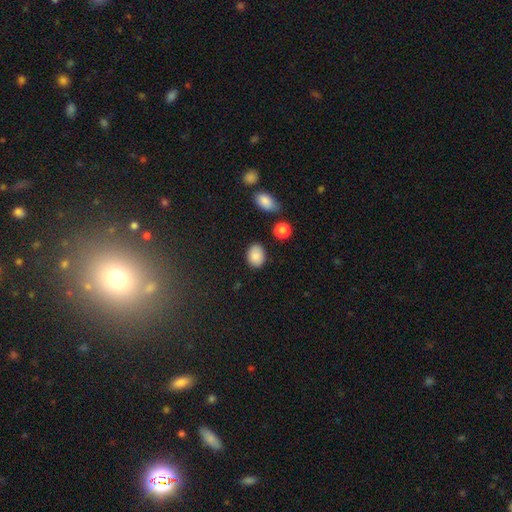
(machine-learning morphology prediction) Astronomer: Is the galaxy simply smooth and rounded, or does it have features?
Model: smooth — 87%.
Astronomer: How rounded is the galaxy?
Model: in between — 71%.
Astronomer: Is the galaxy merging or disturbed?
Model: none — 81%.